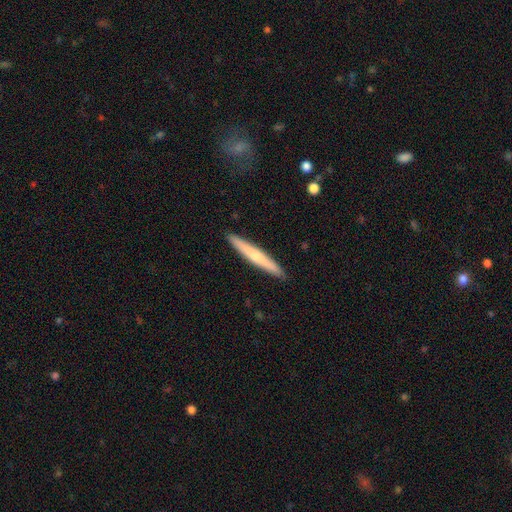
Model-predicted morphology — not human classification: type=smooth (53%); roundness=cigar-shaped (96%); merging=none (91%).